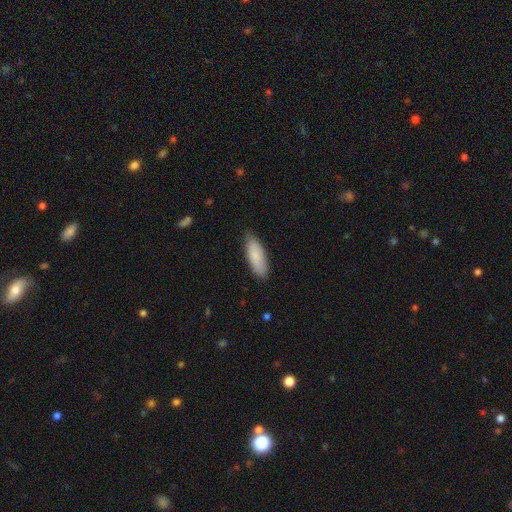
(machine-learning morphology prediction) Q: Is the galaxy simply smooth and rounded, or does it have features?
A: smooth — 86%.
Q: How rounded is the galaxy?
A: in between — 64%.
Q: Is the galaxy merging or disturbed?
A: none — 84%.